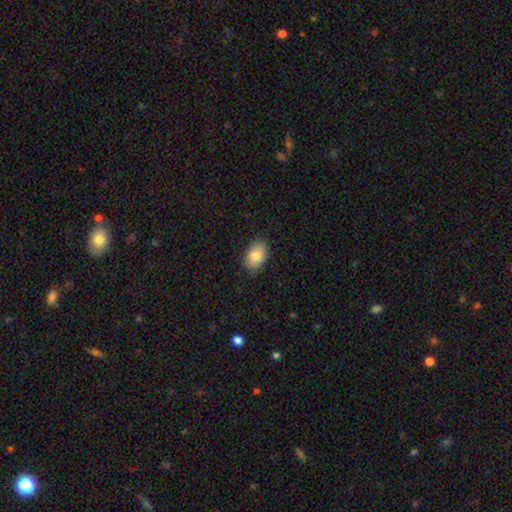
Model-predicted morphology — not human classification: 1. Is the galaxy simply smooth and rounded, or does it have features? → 83% smooth, 10% featured or disk, 7% star or artifact.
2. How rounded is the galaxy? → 89% in between, 9% round, 1% cigar-shaped.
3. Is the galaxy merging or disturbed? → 86% none, 11% minor disturbance, 2% major disturbance, 1% merger.